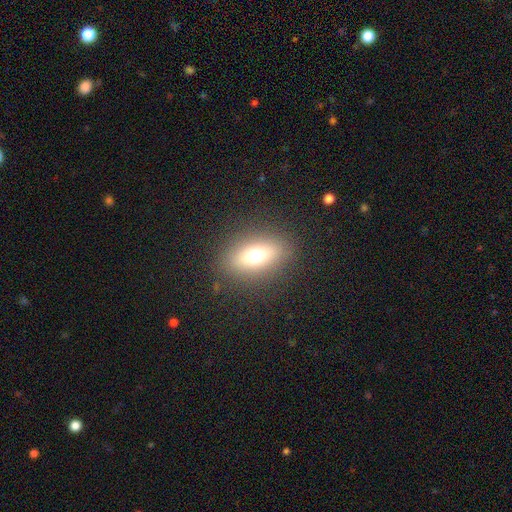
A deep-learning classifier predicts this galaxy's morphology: This appears to be a smooth galaxy with no disk features (66%) that is in between round and cigar-shaped (73%). Merging: none (86%).